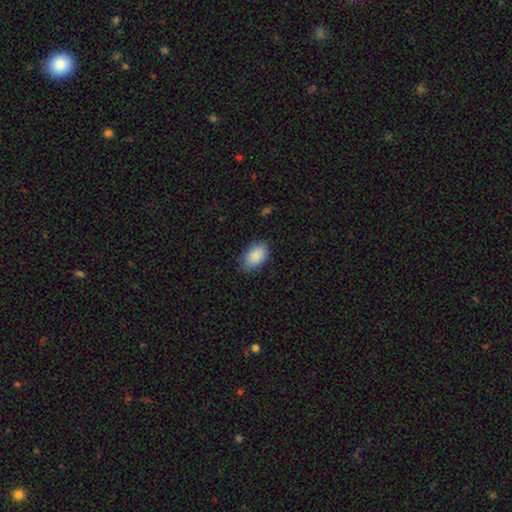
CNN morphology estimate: smooth 88%, star or artifact 7%, featured or disk 5%. Down the decision tree: how rounded — in between (92%); merging — none (82%).